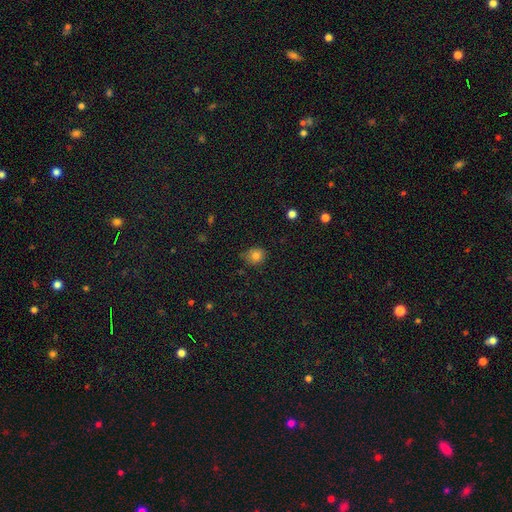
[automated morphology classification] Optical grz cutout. It shows a smooth galaxy with no disk features (80%) that is round (81%). Merging: none (74%).